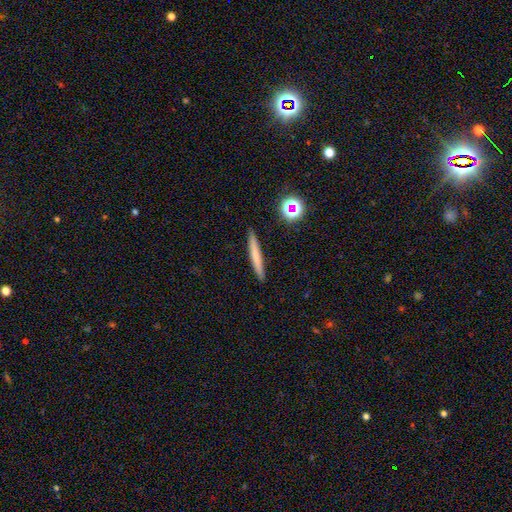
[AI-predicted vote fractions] A smooth galaxy with no disk features (66%) that is cigar-shaped (95%).

Vote fractions:
- Smooth or featured? smooth: 66% / featured or disk: 25% / star or artifact: 9%
- How rounded? cigar-shaped: 95% / in between: 3% / round: 2%
- Merging? none: 91% / minor disturbance: 6% / major disturbance: 2% / merger: 1%